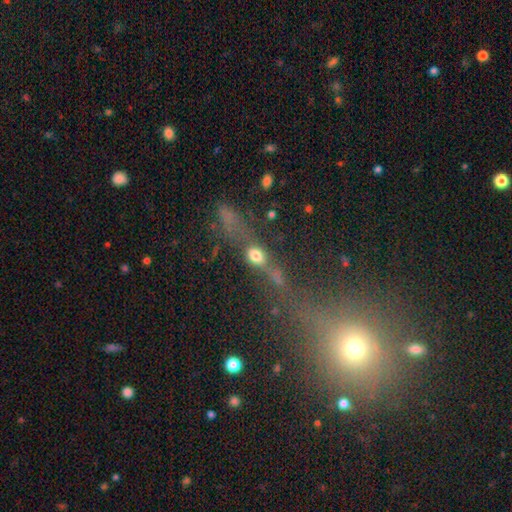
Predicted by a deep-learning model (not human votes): Smooth or featured? Predicted: smooth (p=0.52). How rounded? Predicted: in between (p=0.42). Merging? Predicted: none (p=0.41).